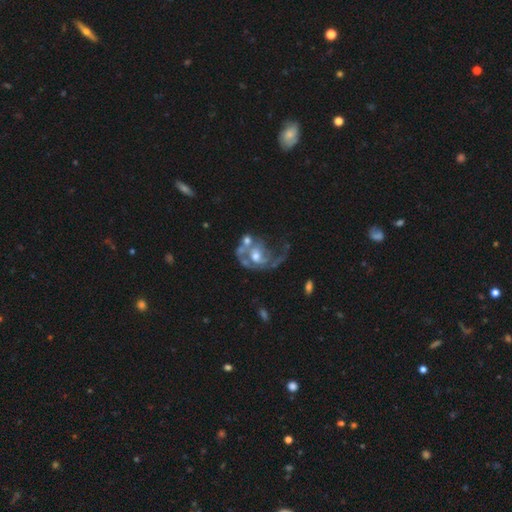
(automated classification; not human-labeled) This is clearly a featured or disk galaxy (81%). It is clearly not viewed edge-on (97%). Bar: likely no (64%). Spiral arm pattern: clearly yes (85%). Spiral arm count: marginally 2 (44%). Spiral winding: marginally medium (40%). Central bulge: likely moderate (63%). Merging: marginally major disturbance (31%).